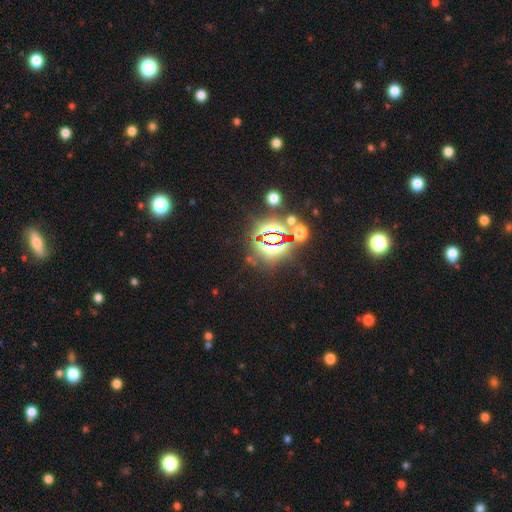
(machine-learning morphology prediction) A star or artifact, not a galaxy (83%).